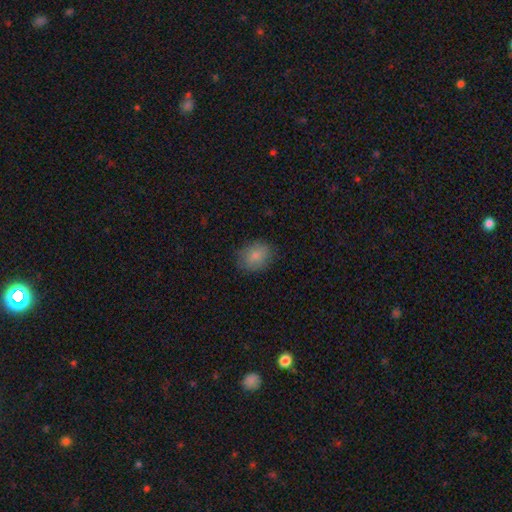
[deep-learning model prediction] Smooth or featured?
  - smooth: 85% *
  - star or artifact: 8%
  - featured or disk: 7%
How rounded?
  - in between: 55% *
  - round: 44%
  - cigar-shaped: 1%
Merging?
  - none: 81% *
  - minor disturbance: 14%
  - major disturbance: 4%
  - merger: 1%